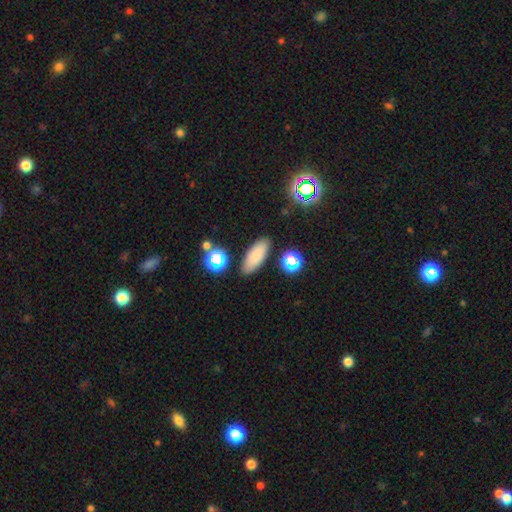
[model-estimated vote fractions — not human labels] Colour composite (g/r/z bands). It shows a smooth galaxy with no disk features (79%) that is in between round and cigar-shaped (74%). Merging: none (86%).